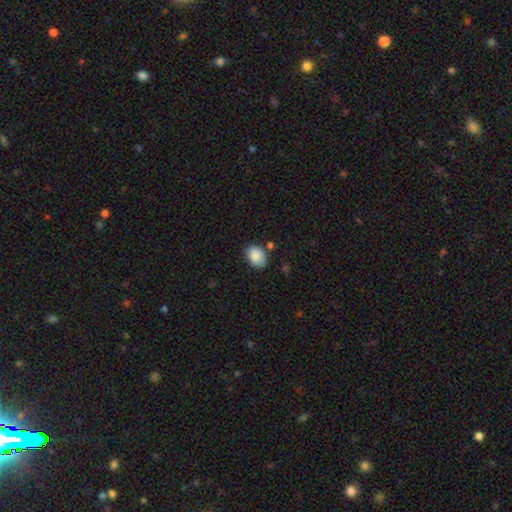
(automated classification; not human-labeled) Smooth or featured? smooth (87%)
How rounded? in between (74%)
Merging? none (74%)